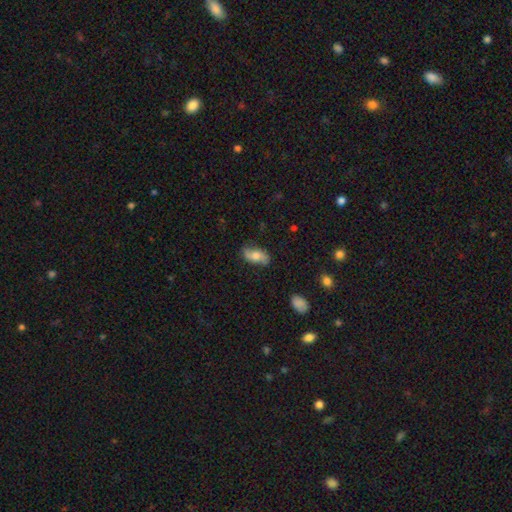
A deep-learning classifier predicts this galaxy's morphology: type=featured or disk (46%, tied with smooth); merging=none (76%).